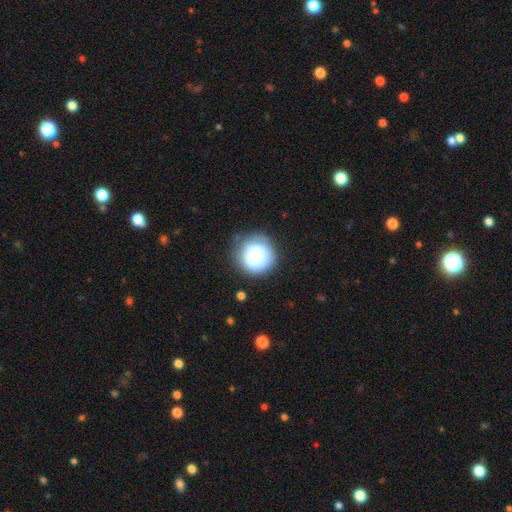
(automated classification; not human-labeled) smooth-or-featured: smooth: 76% | featured or disk: 16% | star or artifact: 9%
  how-rounded: round: 94% | in between: 5% | cigar-shaped: 1%
  merging: none: 77% | minor disturbance: 16% | major disturbance: 5% | merger: 2%